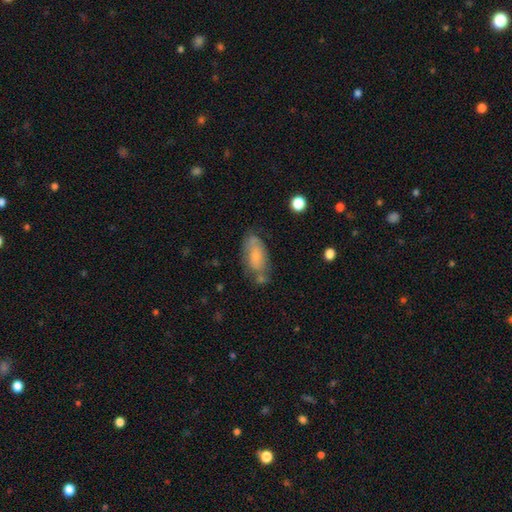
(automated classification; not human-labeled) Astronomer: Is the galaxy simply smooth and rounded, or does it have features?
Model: smooth — 67%.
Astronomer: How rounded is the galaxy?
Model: in between — 86%.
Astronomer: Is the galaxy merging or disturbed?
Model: none — 56%.